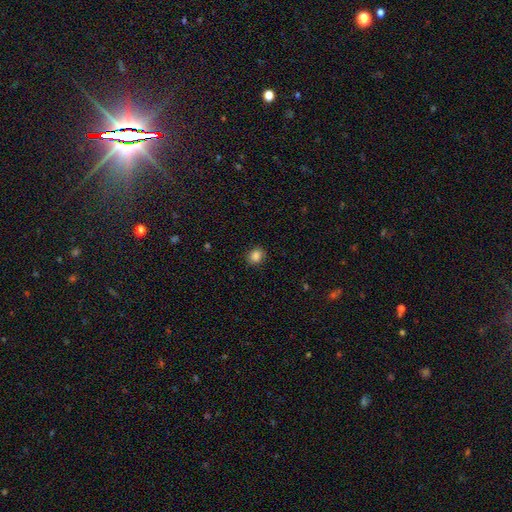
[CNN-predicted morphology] smooth-or-featured: smooth: 85% | star or artifact: 11% | featured or disk: 4%
  how-rounded: round: 68% | in between: 31% | cigar-shaped: 1%
  merging: none: 90% | minor disturbance: 7% | major disturbance: 2% | merger: 1%